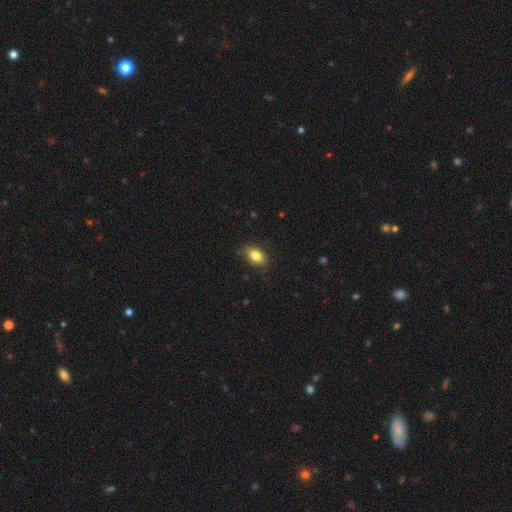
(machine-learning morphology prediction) Smooth or featured?
  - smooth: 82% *
  - featured or disk: 9%
  - star or artifact: 8%
How rounded?
  - in between: 87% *
  - round: 11%
  - cigar-shaped: 3%
Merging?
  - none: 84% *
  - minor disturbance: 13%
  - major disturbance: 3%
  - merger: 1%